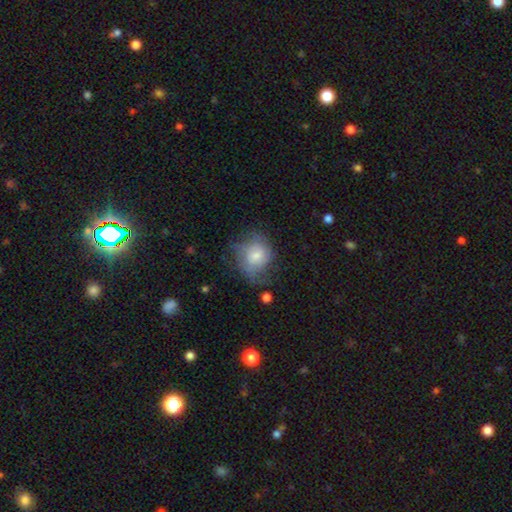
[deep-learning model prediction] Smooth or featured? smooth (62%)
How rounded? round (67%)
Merging? none (40%)